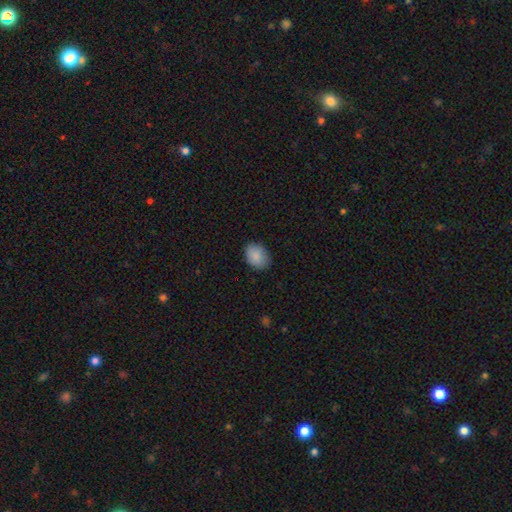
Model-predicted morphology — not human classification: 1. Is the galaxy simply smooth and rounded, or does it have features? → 88% smooth, 7% star or artifact, 5% featured or disk.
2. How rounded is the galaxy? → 67% in between, 32% round, 1% cigar-shaped.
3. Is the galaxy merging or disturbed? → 85% none, 12% minor disturbance, 2% major disturbance, 1% merger.